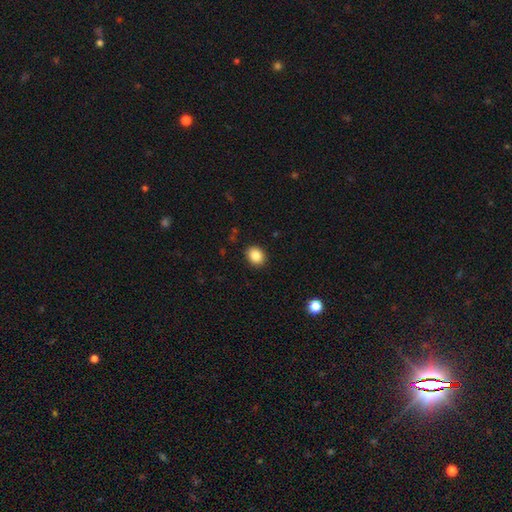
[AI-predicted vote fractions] This appears to be a smooth galaxy with no disk features (86%) that is round (54%). Merging: none (90%).